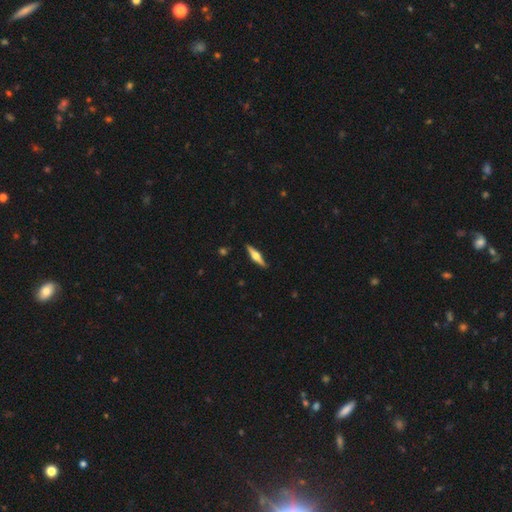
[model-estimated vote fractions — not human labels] featured or disk 66%, smooth 28%, star or artifact 5%. Down the decision tree: edge-on disk — yes (97%); edge-on bulge — rounded (93%); merging — none (90%).